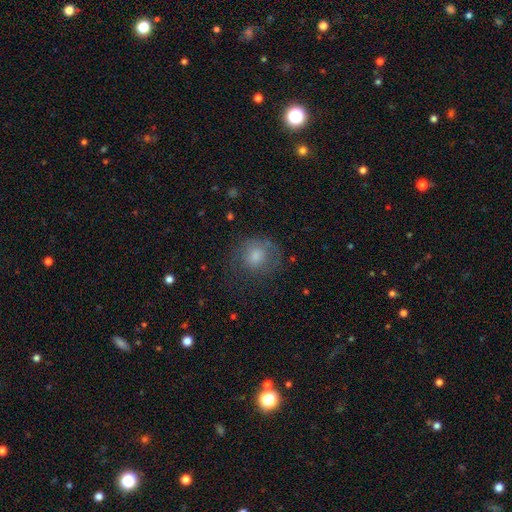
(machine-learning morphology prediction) The model was most divided on "smooth or featured": smooth: 59%, featured or disk: 26%, star or artifact: 15%. More confident: how rounded — round (79%); merging — none (62%).